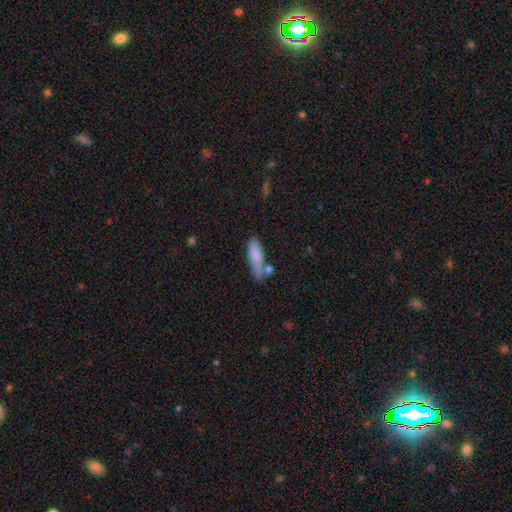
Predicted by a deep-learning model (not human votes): Morphology: type=smooth (81%); roundness=cigar-shaped (54%); merging=none (59%).